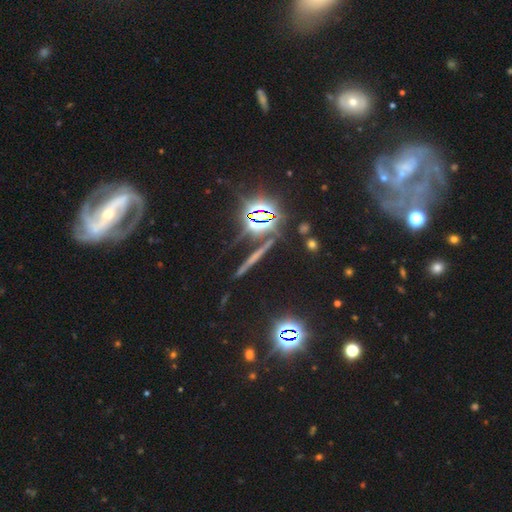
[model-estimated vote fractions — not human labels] Overall: star or artifact (48%; featured or disk 32%).